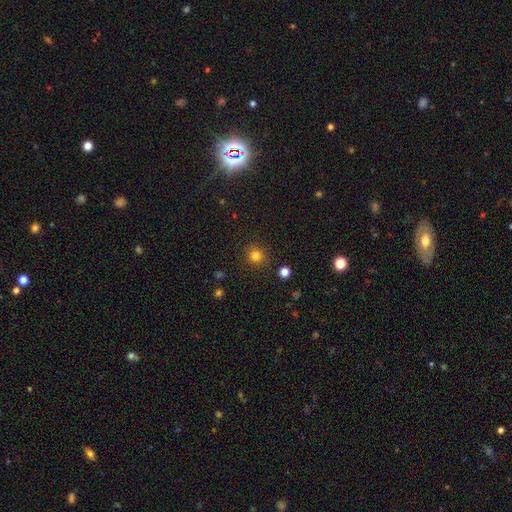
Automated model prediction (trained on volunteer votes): Smooth or featured?
  - smooth: 80% *
  - star or artifact: 15%
  - featured or disk: 5%
How rounded?
  - round: 91% *
  - in between: 8%
  - cigar-shaped: 1%
Merging?
  - none: 90% *
  - minor disturbance: 7%
  - major disturbance: 2%
  - merger: 1%